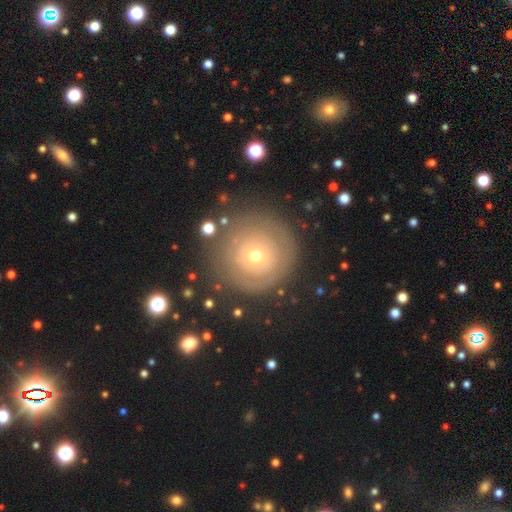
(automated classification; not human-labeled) Smooth or featured?
  - featured or disk: 46% *
  - smooth: 43%
  - star or artifact: 10%
Merging?
  - none: 79% *
  - minor disturbance: 12%
  - major disturbance: 7%
  - merger: 2%